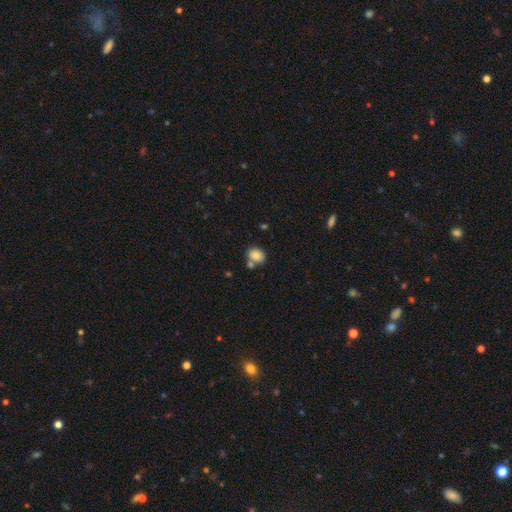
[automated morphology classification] A smooth galaxy with no disk features (82%) that is round (50%). Merging: none (61%).